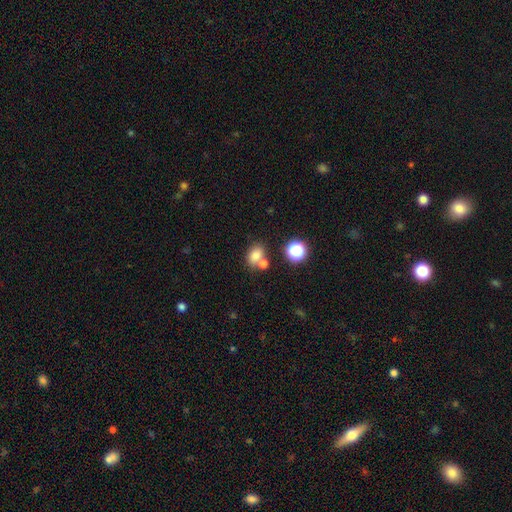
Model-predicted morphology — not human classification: This is likely a smooth galaxy (77%). How rounded: likely in between (68%). Merging: possibly none (52%).